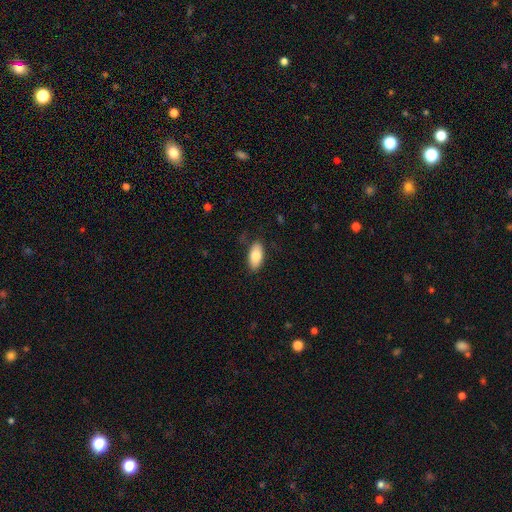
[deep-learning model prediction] Morphology: type=smooth (80%); roundness=in between (90%); merging=none (84%).